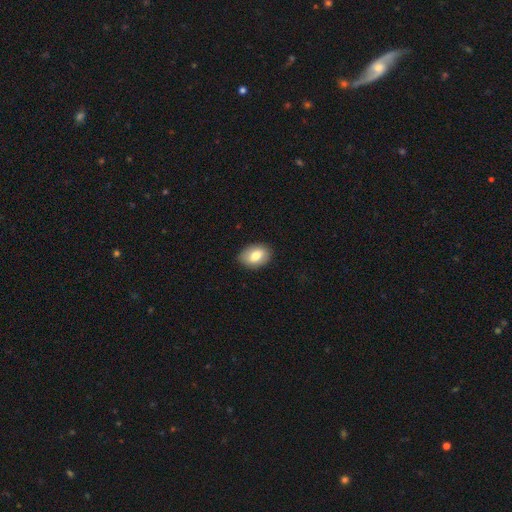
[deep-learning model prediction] Q: Smooth or featured?
A: smooth (78%); runner-up: featured or disk (15%)
Q: How rounded?
A: in between (81%); runner-up: round (18%)
Q: Merging?
A: none (86%); runner-up: minor disturbance (10%)